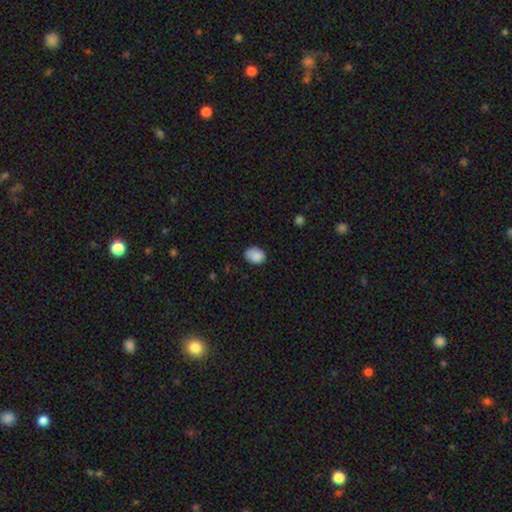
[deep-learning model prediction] smooth_or_featured: smooth (p=0.88) [alt: star or artifact p=0.08]
how_rounded: in between (p=0.67) [alt: round p=0.32]
merging: none (p=0.76) [alt: minor disturbance p=0.19]